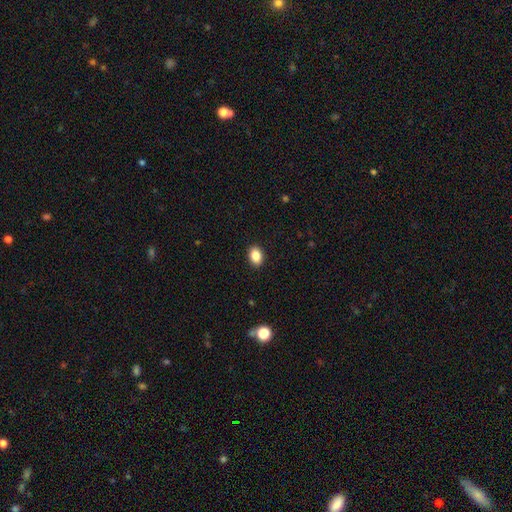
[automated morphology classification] Q: Smooth or featured?
A: smooth (87%); runner-up: star or artifact (9%)
Q: How rounded?
A: in between (78%); runner-up: round (21%)
Q: Merging?
A: none (91%); runner-up: minor disturbance (7%)